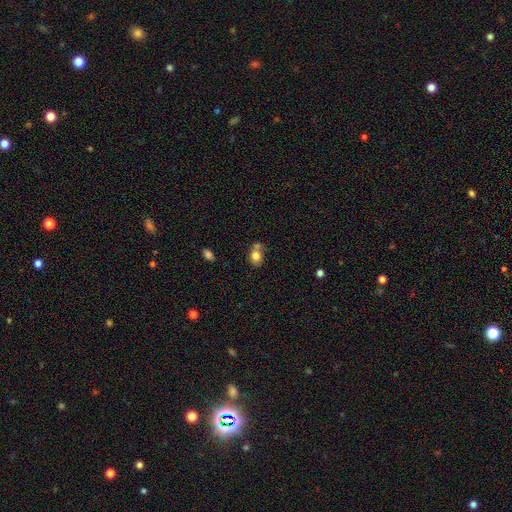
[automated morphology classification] The model was most divided on "how rounded": round: 51%, in between: 48%, cigar-shaped: 1%. Remaining: smooth or featured — smooth (79%); merging — none (47%).